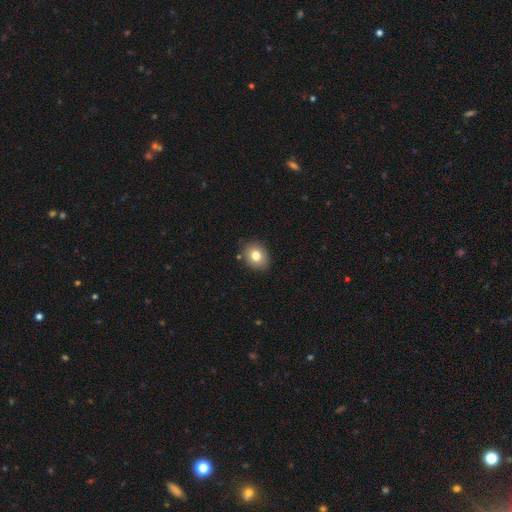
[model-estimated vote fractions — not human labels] A smooth galaxy with no disk features (79%) that is round (53%). Merging: none (85%).